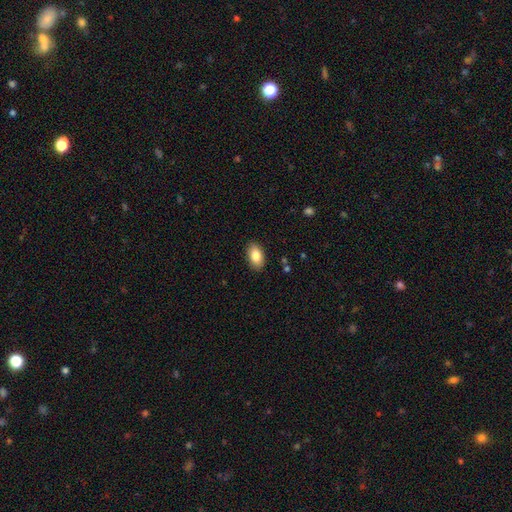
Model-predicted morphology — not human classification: A smooth galaxy with no disk features (84%) that is in between round and cigar-shaped (93%).

Vote fractions:
- Smooth or featured? smooth: 84% / featured or disk: 9% / star or artifact: 7%
- How rounded? in between: 93% / round: 6% / cigar-shaped: 2%
- Merging? none: 88% / minor disturbance: 9% / major disturbance: 2% / merger: 1%